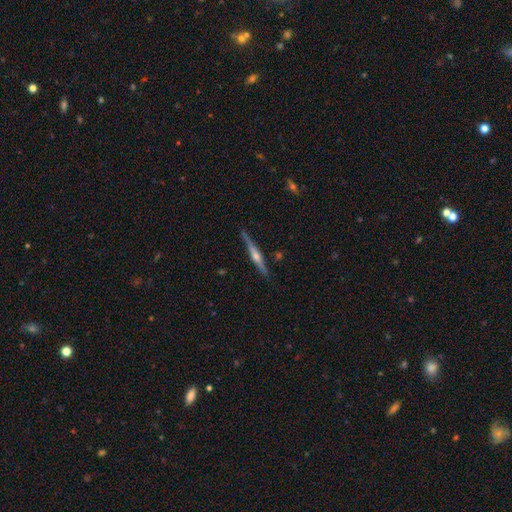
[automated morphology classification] Smooth or featured: featured or disk — 80% (smooth — 14%)
Edge-on disk: yes — 98% (no — 2%)
Edge-on bulge: rounded — 87% (boxy — 7%)
Merging: none — 88% (minor disturbance — 9%)